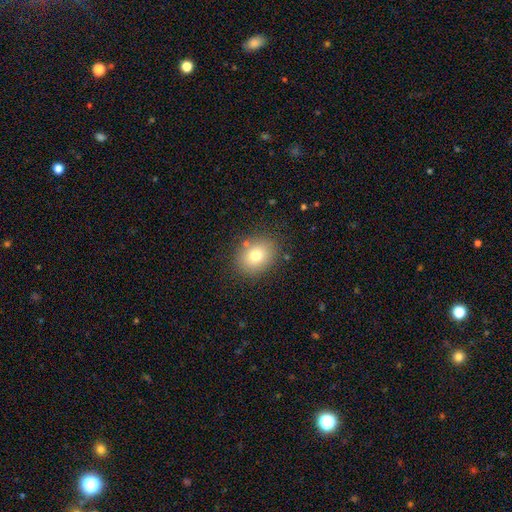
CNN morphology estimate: This is likely a smooth galaxy (77%). How rounded: possibly round (52%). Merging: clearly none (84%).